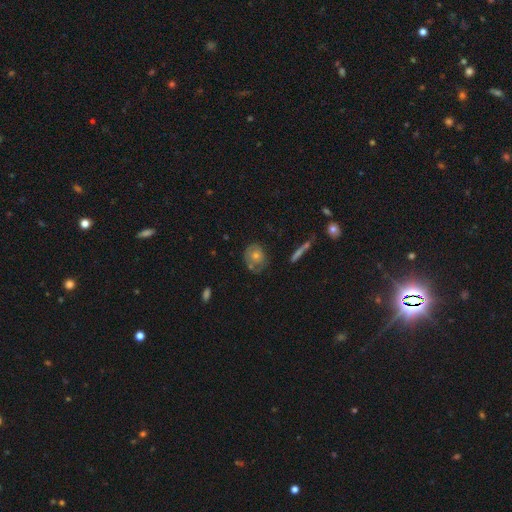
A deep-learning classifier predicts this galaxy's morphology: featured or disk 49%, smooth 39%, star or artifact 12%. Down the decision tree: merging — none (66%).